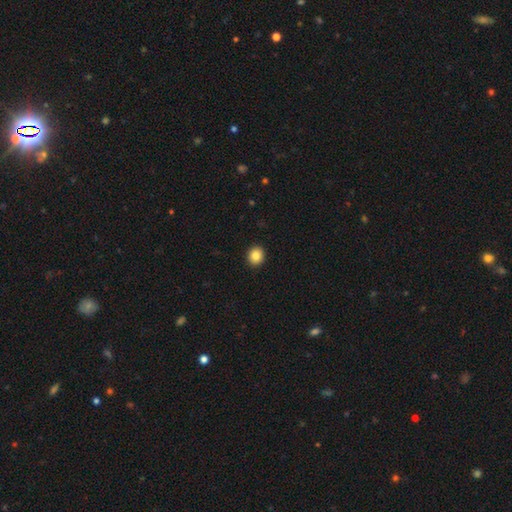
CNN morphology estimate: Q: Smooth or featured?
A: smooth (85%); runner-up: star or artifact (9%)
Q: How rounded?
A: round (79%); runner-up: in between (20%)
Q: Merging?
A: none (93%); runner-up: minor disturbance (5%)